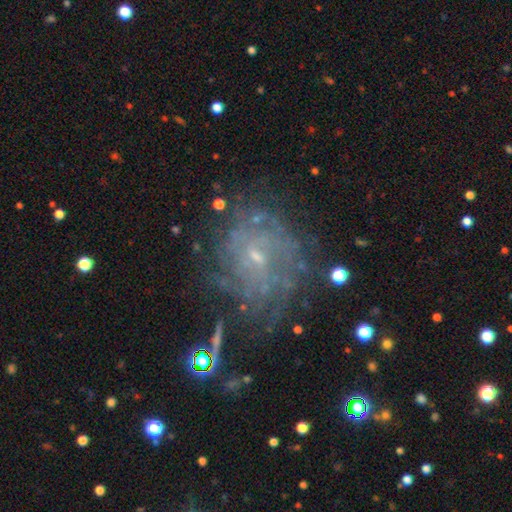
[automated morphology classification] A featured or disk galaxy (74%) with no bar (50%), tight (58%) spiral arms (79%) and a small central bulge (73%).

Vote fractions:
- Smooth or featured? featured or disk: 74% / smooth: 13% / star or artifact: 13%
- Edge-on disk? no: 97% / yes: 3%
- Bar? no: 50% / weak: 42% / strong: 7%
- Spiral arms? yes: 79% / no: 21%
- Spiral winding? tight: 58% / medium: 29% / loose: 13%
- Spiral arm count? can't tell: 57% / 4: 11% / more than 4: 10% / 2: 9% / 3: 8% / 1: 5%
- Bulge size? small: 73% / moderate: 18% / none: 7% / large: 1% / dominant: 1%
- Merging? none: 63% / minor disturbance: 19% / major disturbance: 15% / merger: 3%